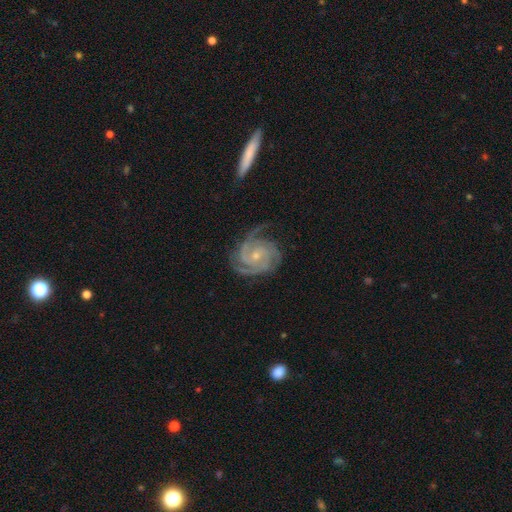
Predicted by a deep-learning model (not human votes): Smooth or featured?
  - featured or disk: 92% *
  - star or artifact: 4%
  - smooth: 4%
Edge-on disk?
  - no: 98% *
  - yes: 2%
Bar?
  - no: 67% *
  - weak: 26%
  - strong: 7%
Spiral arms?
  - yes: 99% *
  - no: 1%
Spiral winding?
  - tight: 64% *
  - medium: 32%
  - loose: 4%
Spiral arm count?
  - 3: 52% *
  - 2: 16%
  - 4: 14%
  - can't tell: 8%
  - more than 4: 5%
  - 1: 5%
Bulge size?
  - small: 69% *
  - moderate: 28%
  - none: 2%
  - large: 1%
  - dominant: 1%
Merging?
  - none: 71% *
  - minor disturbance: 19%
  - major disturbance: 8%
  - merger: 2%